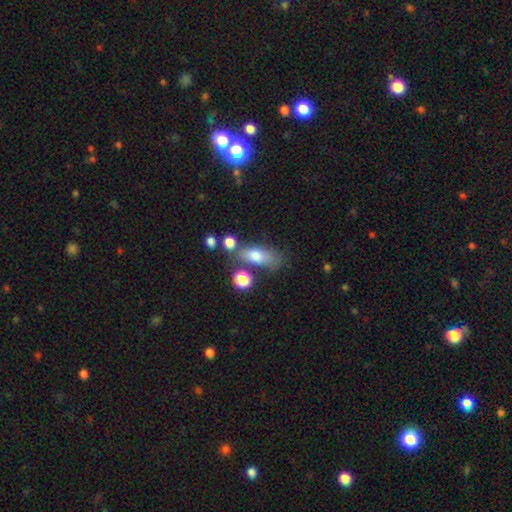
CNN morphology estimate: Smooth or featured? smooth (74%)
How rounded? in between (73%)
Merging? none (53%)